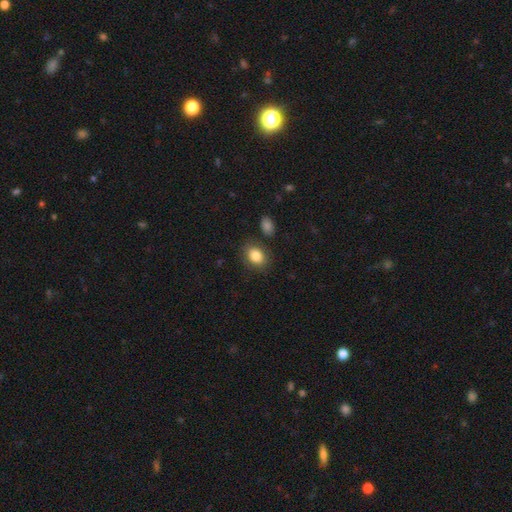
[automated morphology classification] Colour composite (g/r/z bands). It shows a smooth galaxy with no disk features (83%) that is in between round and cigar-shaped (64%). Merging: none (79%).